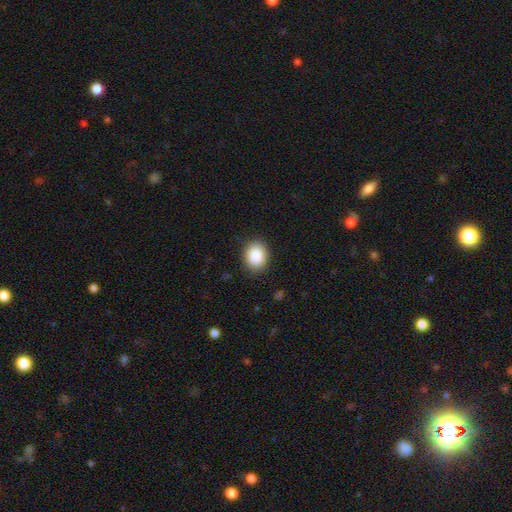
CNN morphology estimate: Smooth or featured? smooth (88%)
How rounded? round (52%)
Merging? none (88%)